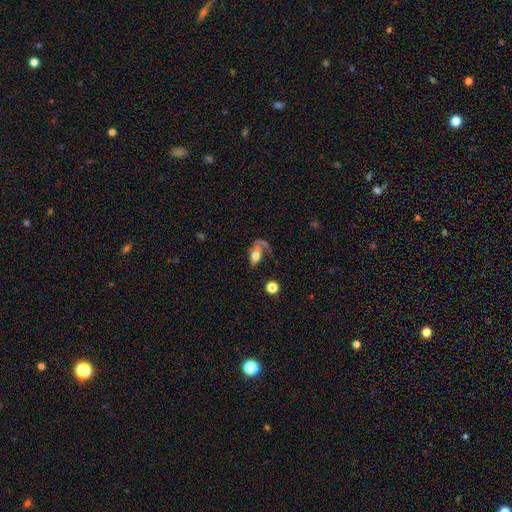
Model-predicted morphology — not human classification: Smooth or featured: smooth — 53% (featured or disk — 38%)
How rounded: in between — 80% (round — 11%)
Merging: major disturbance — 36% (none — 33%)